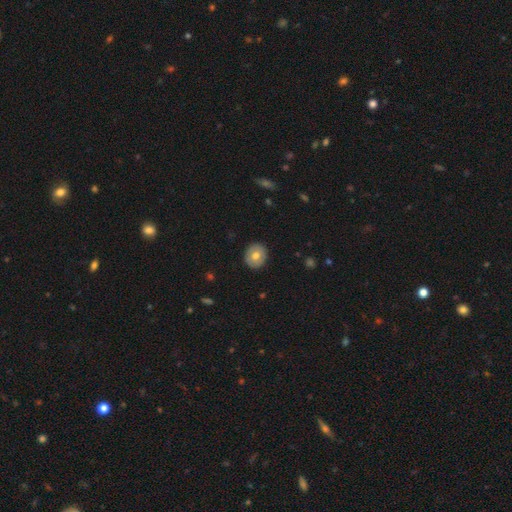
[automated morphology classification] Smooth or featured?
  - smooth: 68% *
  - featured or disk: 25%
  - star or artifact: 7%
How rounded?
  - round: 76% *
  - in between: 23%
  - cigar-shaped: 1%
Merging?
  - none: 89% *
  - minor disturbance: 8%
  - major disturbance: 2%
  - merger: 1%